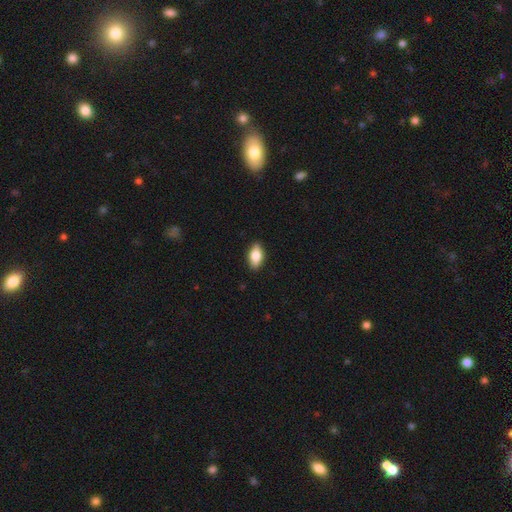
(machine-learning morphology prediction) The model was most divided on "smooth or featured": smooth: 75%, featured or disk: 18%, star or artifact: 7%. More confident: merging — none (88%); how rounded — in between (88%).